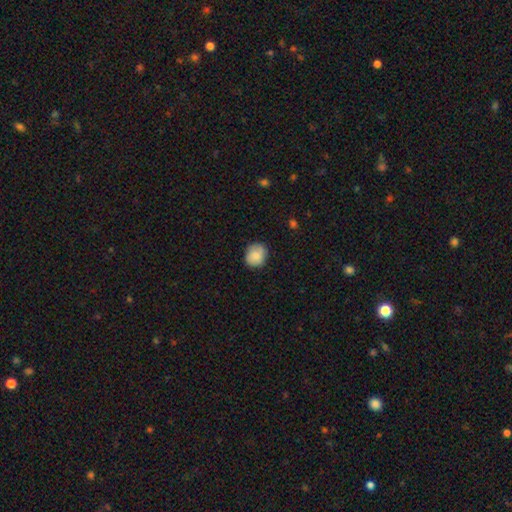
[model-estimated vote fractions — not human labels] Overall: smooth (83%). How rounded: round (75%). Merging: none (80%).